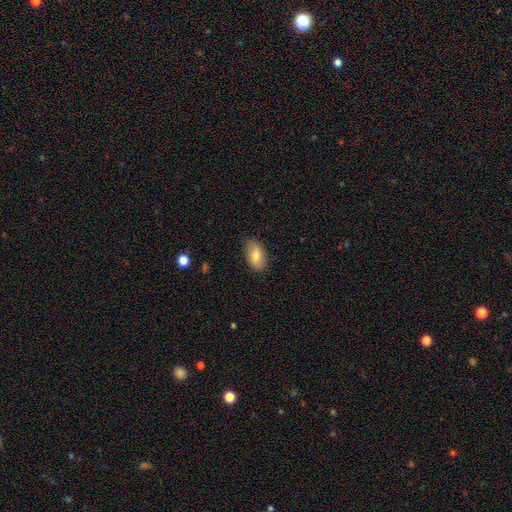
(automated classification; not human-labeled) Smooth or featured: smooth — 77% (featured or disk — 16%)
How rounded: in between — 92% (round — 5%)
Merging: none — 79% (minor disturbance — 17%)